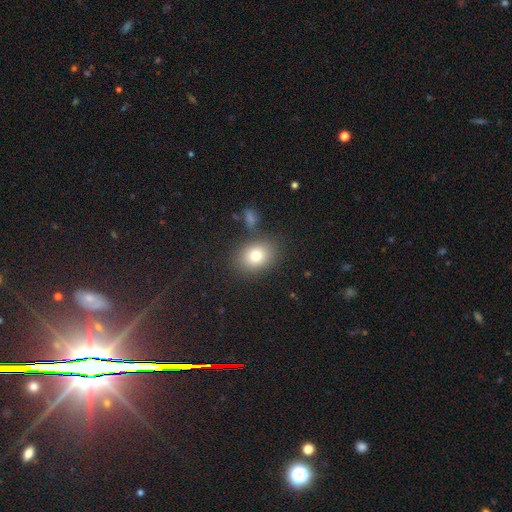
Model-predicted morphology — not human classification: The model was most divided on "how rounded": in between: 55%, round: 44%, cigar-shaped: 1%. More confident: smooth or featured — smooth (80%); merging — none (79%).